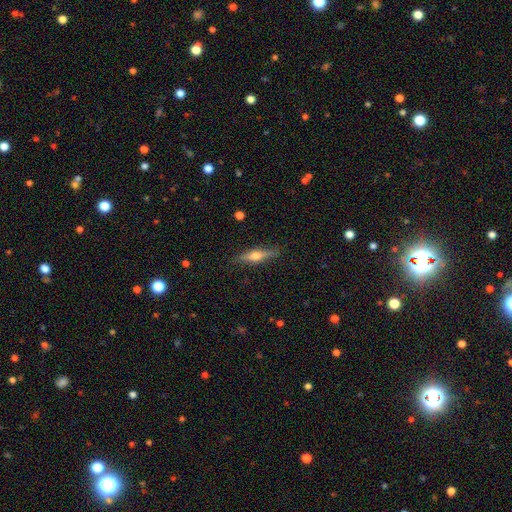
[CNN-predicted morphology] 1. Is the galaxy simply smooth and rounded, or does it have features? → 58% featured or disk, 35% smooth, 7% star or artifact.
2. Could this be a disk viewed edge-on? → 95% yes, 5% no.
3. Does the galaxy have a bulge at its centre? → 92% rounded, 4% boxy, 3% none.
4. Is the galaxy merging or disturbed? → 87% none, 10% minor disturbance, 2% major disturbance, 1% merger.